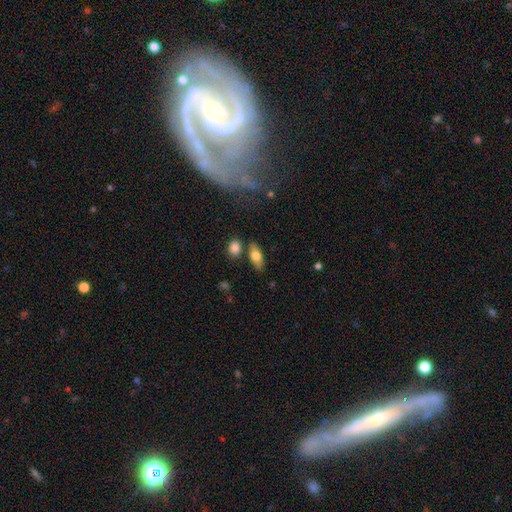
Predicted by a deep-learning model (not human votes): This appears to be a smooth galaxy with no disk features (72%) that is in between round and cigar-shaped (81%). Merging: none (77%).